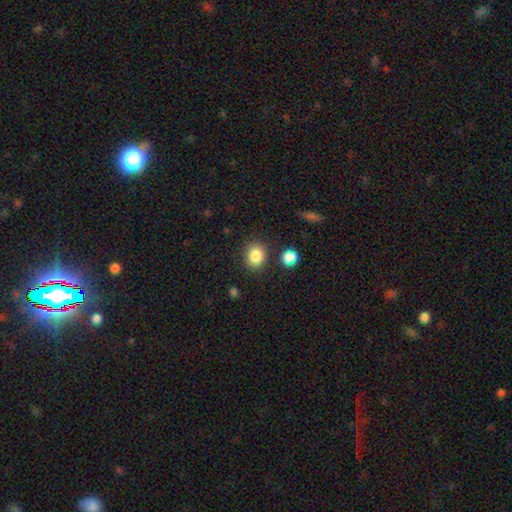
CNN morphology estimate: Smooth or featured? Predicted: smooth (p=0.85). How rounded? Predicted: round (p=0.66). Merging? Predicted: none (p=0.84).